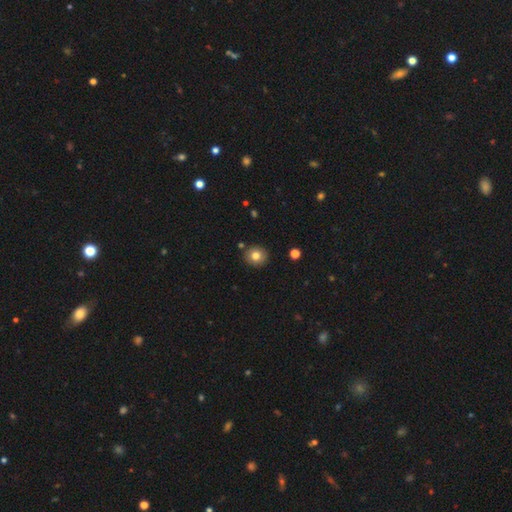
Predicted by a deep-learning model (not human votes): This appears to be a smooth galaxy with no disk features (79%) that is round (85%). Merging: none (87%).